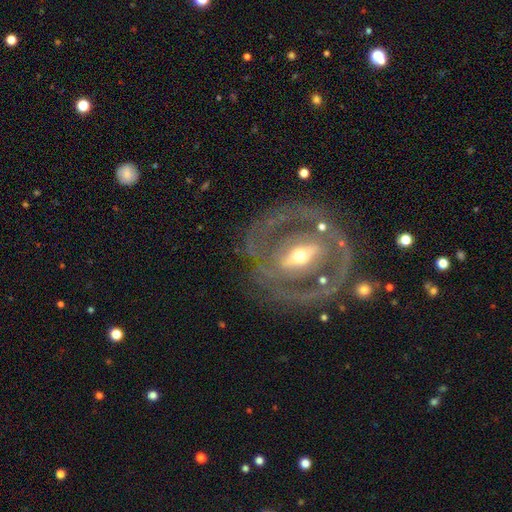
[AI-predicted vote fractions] featured or disk 82%, smooth 12%, star or artifact 6%. Down the decision tree: edge-on disk — no (93%); bar — strong (52%); spiral arms — yes (59%); bulge size — moderate (55%); merging — none (73%).